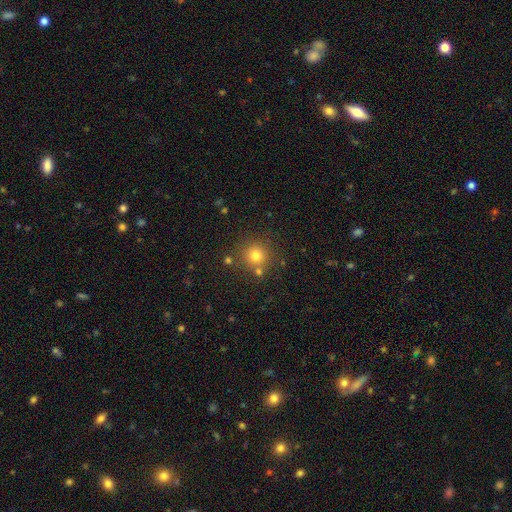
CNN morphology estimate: A smooth galaxy with no disk features (77%) that is round (94%). Merging: none (79%).